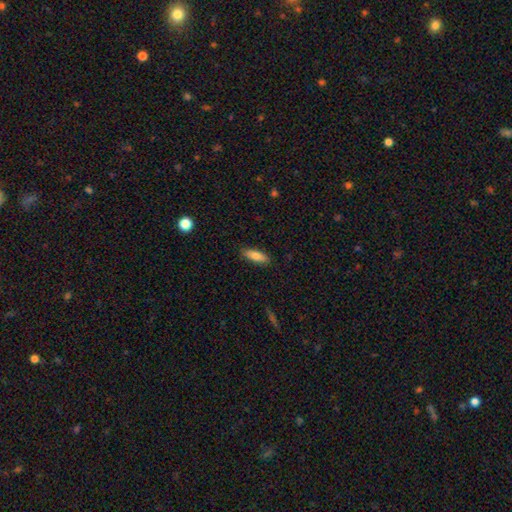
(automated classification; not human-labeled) smooth 79%, featured or disk 15%, star or artifact 7%. Down the decision tree: how rounded — in between (62%); merging — none (88%).